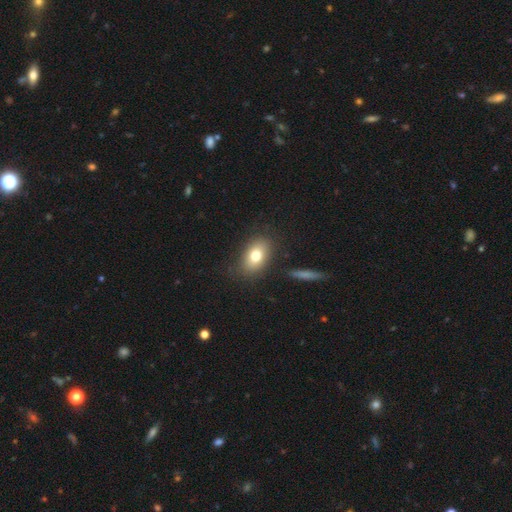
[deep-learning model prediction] This is likely a smooth galaxy (75%). How rounded: clearly in between (81%). Merging: clearly none (82%).